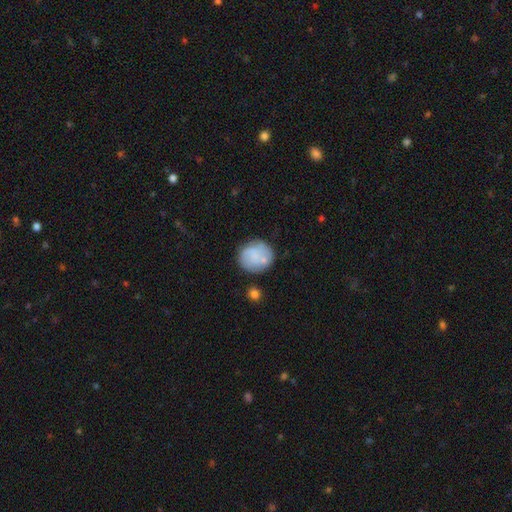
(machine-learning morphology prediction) This appears to be a smooth galaxy with no disk features (68%) that is round (88%). Merging: none (67%).